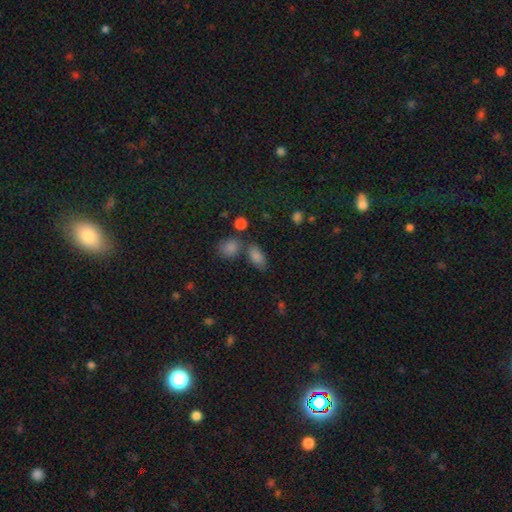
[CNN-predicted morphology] Overall: smooth (75%). How rounded: in between (85%). Merging: none (62%).